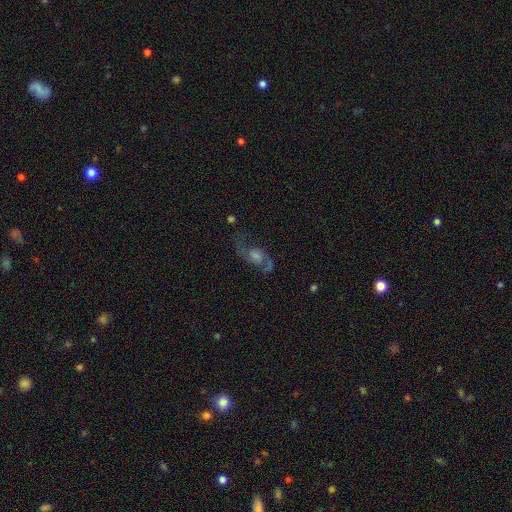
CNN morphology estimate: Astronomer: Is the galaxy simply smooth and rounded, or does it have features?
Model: featured or disk — 78%.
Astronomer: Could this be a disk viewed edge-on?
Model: no — 95%.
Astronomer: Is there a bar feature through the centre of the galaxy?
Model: no — 63%.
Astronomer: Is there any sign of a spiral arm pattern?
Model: yes — 93%.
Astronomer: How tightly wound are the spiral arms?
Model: loose — 50% (runner-up: medium, 40%).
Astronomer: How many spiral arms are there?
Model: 2 — 89%.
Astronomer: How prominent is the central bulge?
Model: moderate — 44% (runner-up: small, 34%).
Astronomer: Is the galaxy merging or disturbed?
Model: none — 66%.